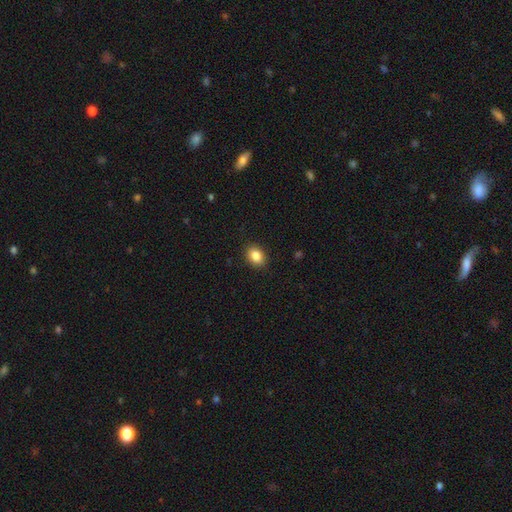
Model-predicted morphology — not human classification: type=smooth (86%); roundness=in between (69%); merging=none (90%).